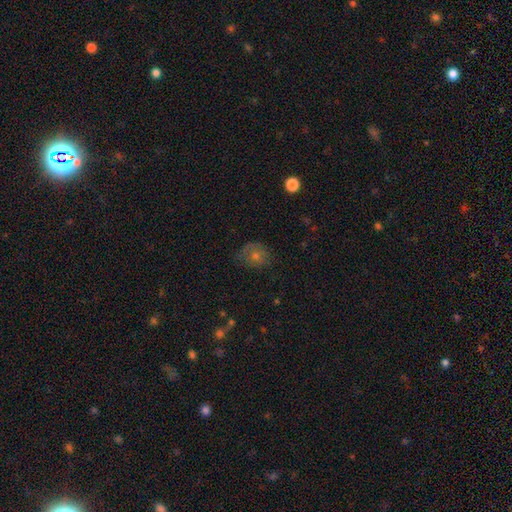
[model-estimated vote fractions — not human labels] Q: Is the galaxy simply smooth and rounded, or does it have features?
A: smooth — 54%.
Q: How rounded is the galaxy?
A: round — 69%.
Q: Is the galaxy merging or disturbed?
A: none — 66%.